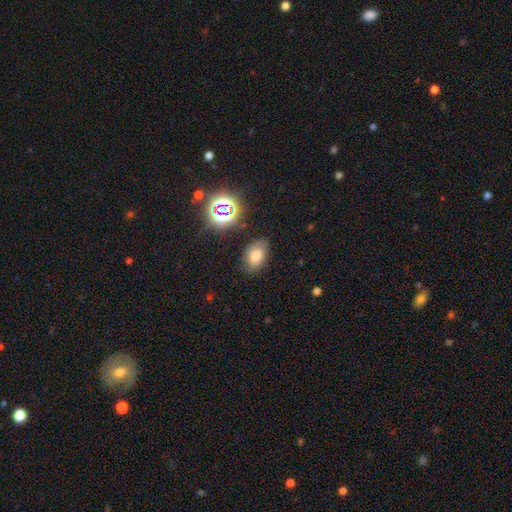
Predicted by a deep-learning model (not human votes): Overall: smooth (69%). How rounded: in between (85%). Merging: none (75%).